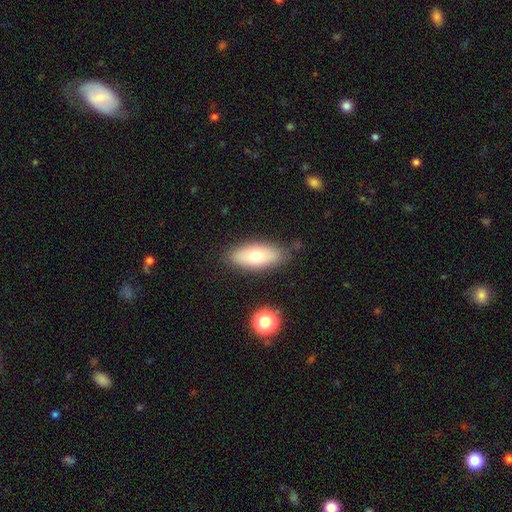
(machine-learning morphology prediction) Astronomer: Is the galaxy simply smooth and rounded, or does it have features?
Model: smooth — 69%.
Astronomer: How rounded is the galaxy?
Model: in between — 85%.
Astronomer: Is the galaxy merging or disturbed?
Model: none — 82%.